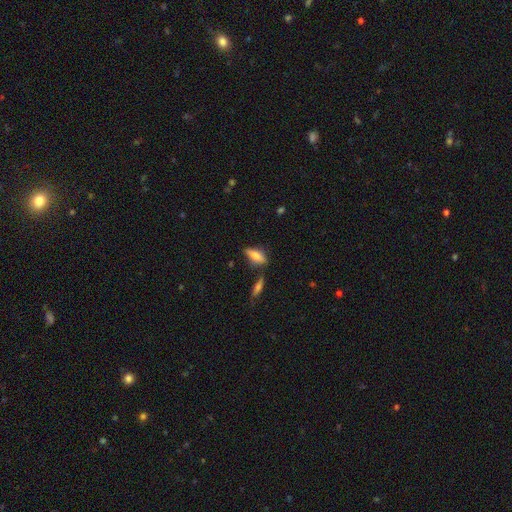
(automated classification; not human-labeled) smooth_or_featured: smooth (p=0.74) [alt: featured or disk p=0.19]
how_rounded: in between (p=0.68) [alt: cigar-shaped p=0.29]
merging: none (p=0.68) [alt: minor disturbance p=0.19]